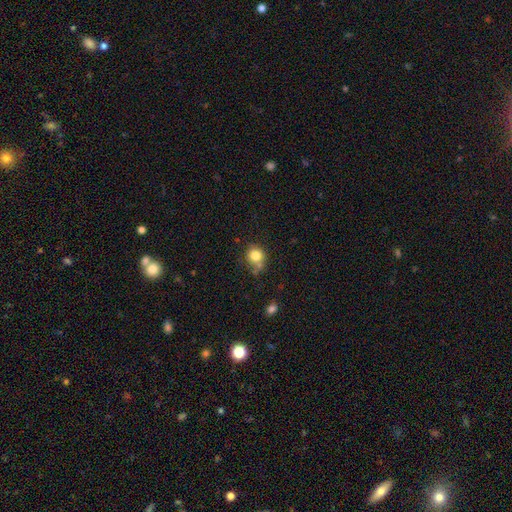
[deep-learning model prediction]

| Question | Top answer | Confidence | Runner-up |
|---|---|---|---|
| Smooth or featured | smooth | 80% | star or artifact (11%) |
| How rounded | round | 81% | in between (18%) |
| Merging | none | 59% | minor disturbance (21%) |